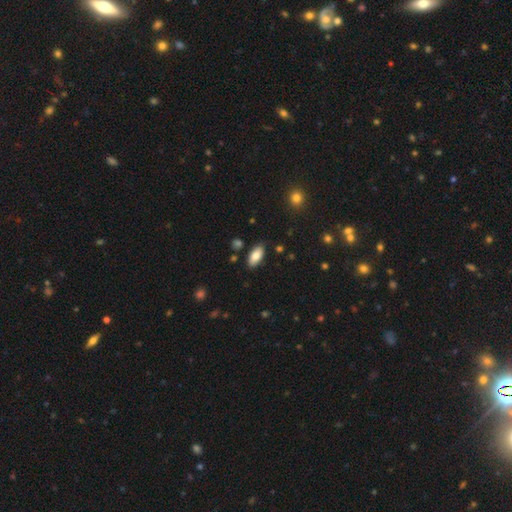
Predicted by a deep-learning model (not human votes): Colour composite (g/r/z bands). It shows a smooth galaxy with no disk features (82%) that is in between round and cigar-shaped (90%). Merging: none (86%).